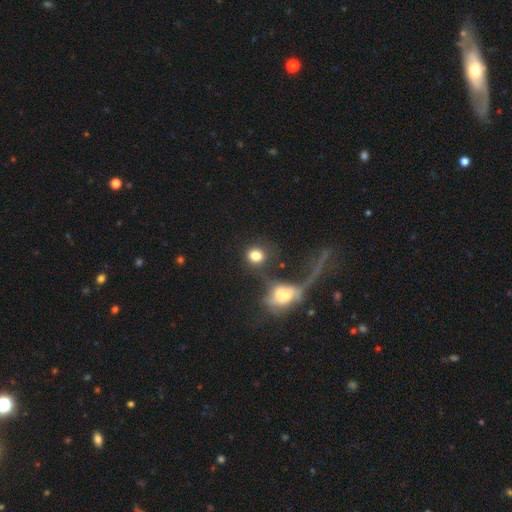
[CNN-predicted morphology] smooth-or-featured: smooth: 78% | star or artifact: 12% | featured or disk: 10%
  how-rounded: round: 81% | in between: 18% | cigar-shaped: 2%
  merging: none: 63% | merger: 16% | minor disturbance: 11% | major disturbance: 10%